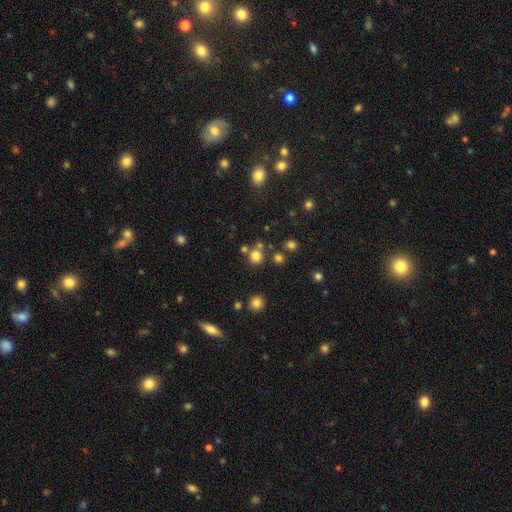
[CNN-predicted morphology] Smooth or featured: smooth — 75% (star or artifact — 18%)
How rounded: round — 90% (in between — 9%)
Merging: none — 70% (merger — 18%)